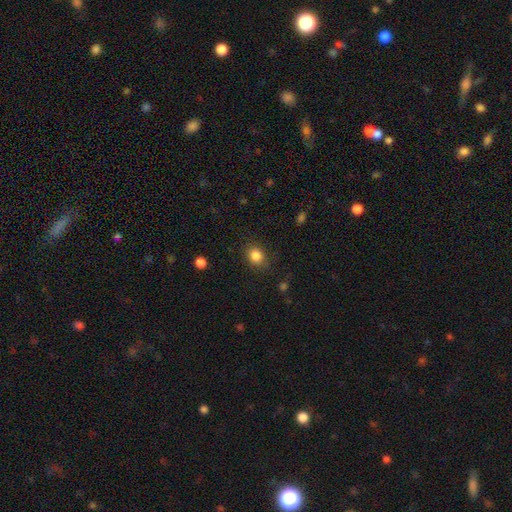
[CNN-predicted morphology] smooth-or-featured: smooth: 85% | star or artifact: 10% | featured or disk: 5%
  how-rounded: round: 61% | in between: 39% | cigar-shaped: 1%
  merging: none: 83% | minor disturbance: 12% | major disturbance: 4% | merger: 1%